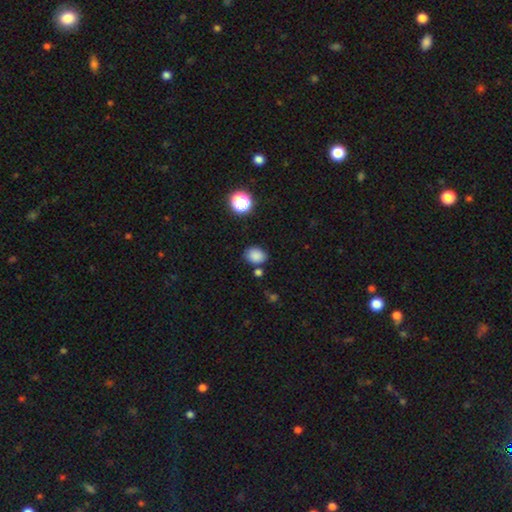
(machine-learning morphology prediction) type=smooth (84%); roundness=in between (59%); merging=none (78%).